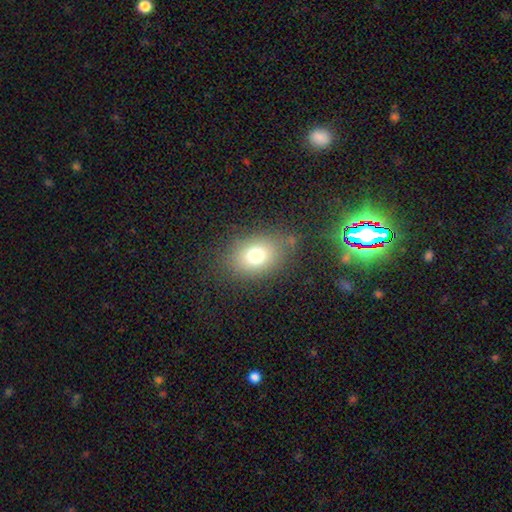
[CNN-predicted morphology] Q: Smooth or featured?
A: smooth (74%); runner-up: star or artifact (13%)
Q: How rounded?
A: in between (65%); runner-up: round (34%)
Q: Merging?
A: none (77%); runner-up: minor disturbance (14%)